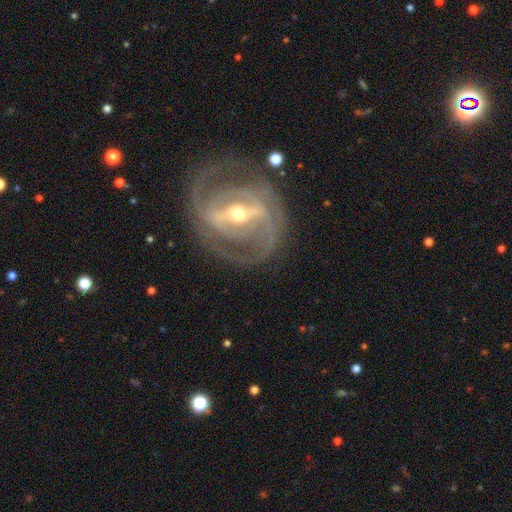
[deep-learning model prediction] featured or disk 89%, star or artifact 6%, smooth 5%. Down the decision tree: edge-on disk — no (95%); bar — strong (68%); spiral arms — yes (95%); spiral arm count — 2 (64%); spiral winding — tight (50%); bulge size — small (48%); merging — none (76%).